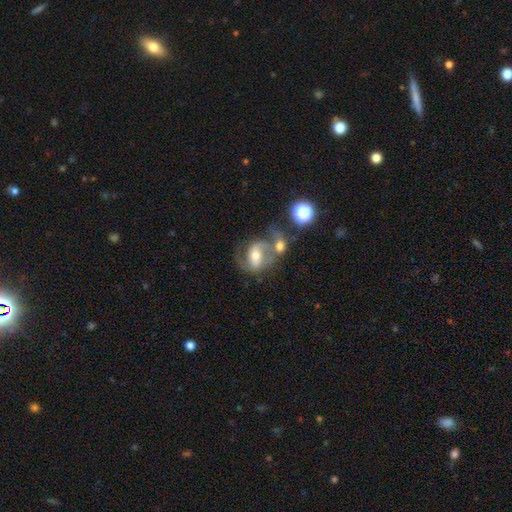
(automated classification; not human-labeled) Smooth or featured?
  - featured or disk: 71% *
  - smooth: 21%
  - star or artifact: 8%
Edge-on disk?
  - no: 97% *
  - yes: 3%
Bar?
  - weak: 39% *
  - strong: 32%
  - no: 29%
Spiral arms?
  - yes: 87% *
  - no: 13%
Spiral winding?
  - medium: 51% *
  - loose: 32%
  - tight: 17%
Spiral arm count?
  - 2: 83% *
  - can't tell: 7%
  - 1: 6%
  - 3: 2%
  - 4: 1%
  - more than 4: 1%
Bulge size?
  - moderate: 65% *
  - small: 24%
  - large: 8%
  - none: 2%
  - dominant: 1%
Merging?
  - merger: 38% *
  - none: 36%
  - minor disturbance: 14%
  - major disturbance: 13%